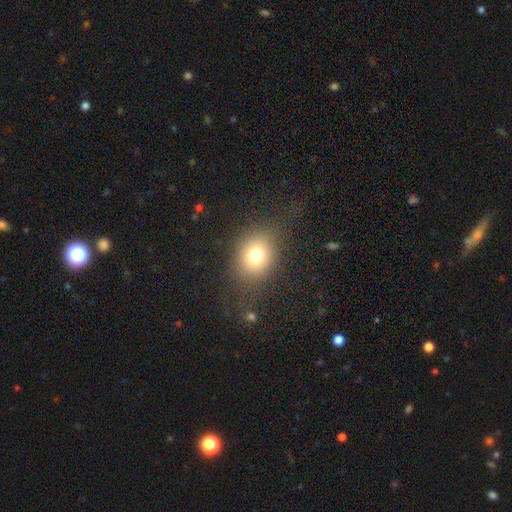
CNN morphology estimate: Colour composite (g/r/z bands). It shows a smooth galaxy with no disk features (74%) that is round (62%). Merging: none (74%).